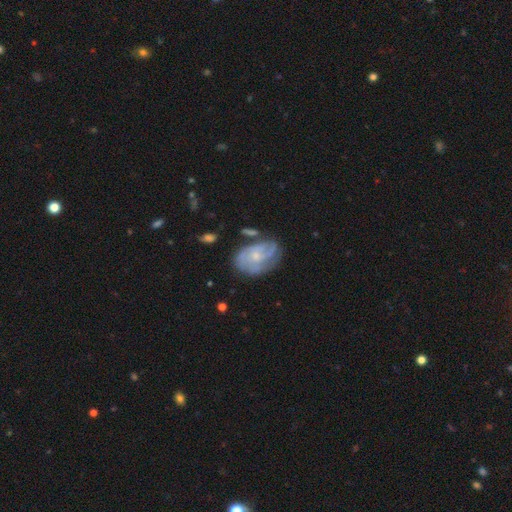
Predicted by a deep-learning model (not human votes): featured or disk 73%, smooth 21%, star or artifact 7%. Down the decision tree: edge-on disk — no (97%); bar — no (74%); spiral arms — yes (85%); spiral arm count — can't tell (40%); spiral winding — tight (52%); bulge size — small (69%); merging — none (57%).